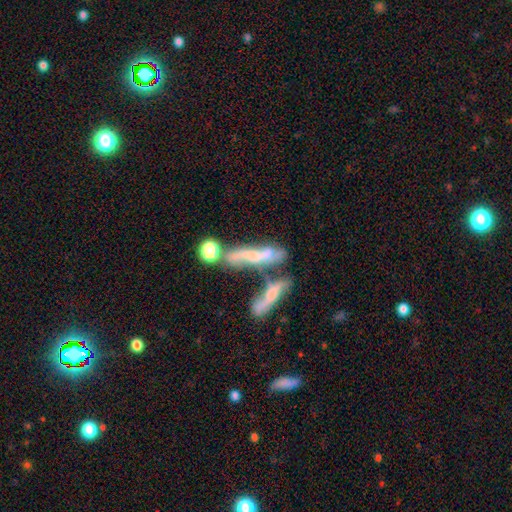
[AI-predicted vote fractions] A featured or disk galaxy (54%). Merging: merger (47%).